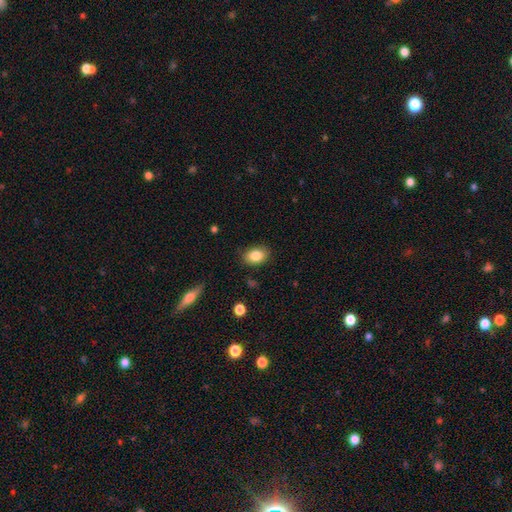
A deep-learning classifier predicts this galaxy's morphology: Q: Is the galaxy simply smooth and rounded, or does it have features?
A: smooth — 84%.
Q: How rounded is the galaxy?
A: in between — 81%.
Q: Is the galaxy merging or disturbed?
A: none — 85%.